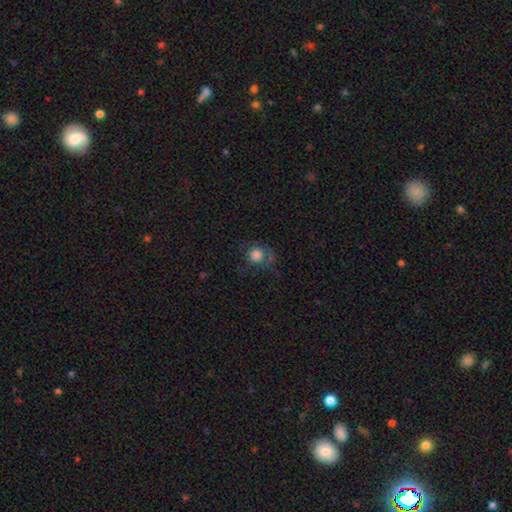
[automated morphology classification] This is likely a smooth galaxy (71%). How rounded: clearly round (85%). Merging: possibly none (56%).